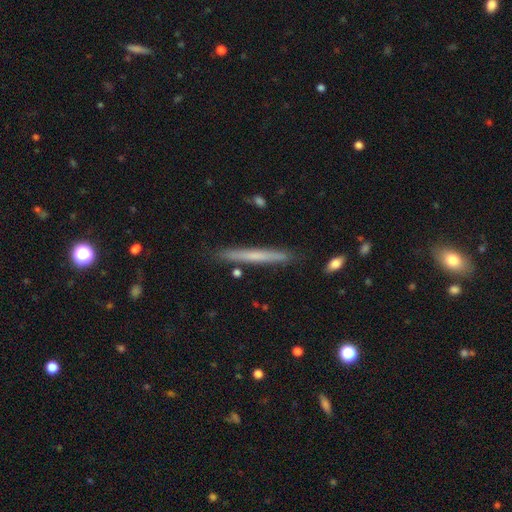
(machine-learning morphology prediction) This appears to be a smooth galaxy with no disk features (53%) that is cigar-shaped (97%). Merging: none (89%).